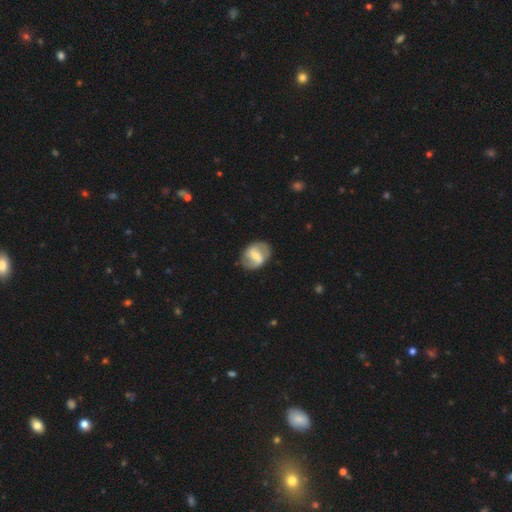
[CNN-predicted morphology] Overall: featured or disk (65%; smooth 29%). Edge-on disk: no (96%). Bar: strong (52%; weak 36%). Spiral arms: yes (67%; no 33%). Bulge size: small (45%; moderate 40%). Merging: none (78%).